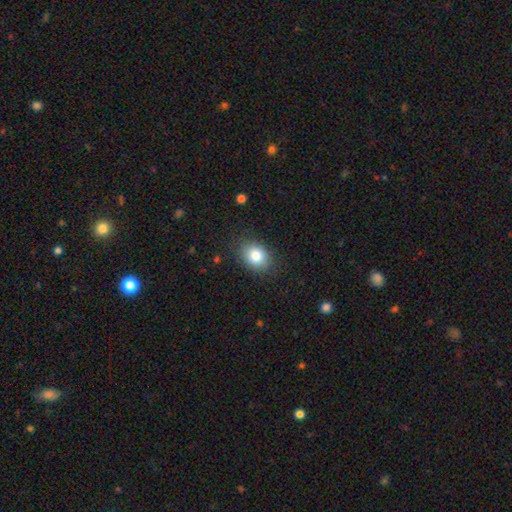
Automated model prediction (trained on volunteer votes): Q: Smooth or featured?
A: smooth (82%); runner-up: star or artifact (9%)
Q: How rounded?
A: in between (63%); runner-up: round (36%)
Q: Merging?
A: none (85%); runner-up: minor disturbance (11%)